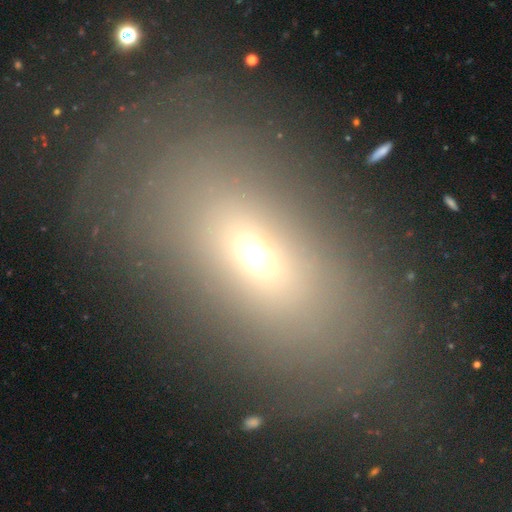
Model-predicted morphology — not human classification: This appears to be a smooth galaxy with no disk features (58%) that is in between round and cigar-shaped (78%). Merging: none (70%).